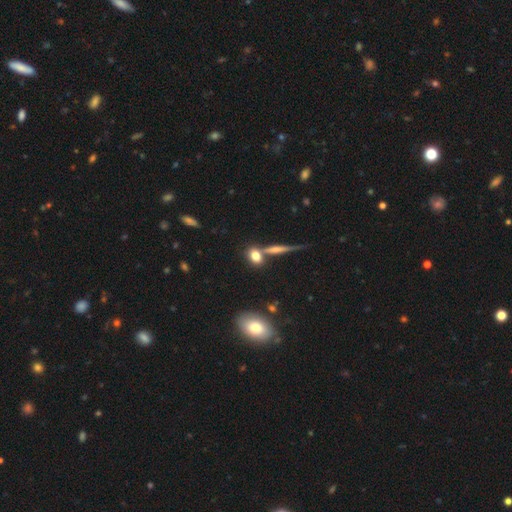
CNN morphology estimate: A smooth galaxy with no disk features (76%) that is in between round and cigar-shaped (49%).

Vote fractions:
- Smooth or featured? smooth: 76% / featured or disk: 13% / star or artifact: 11%
- How rounded? in between: 49% / round: 42% / cigar-shaped: 9%
- Merging? none: 60% / merger: 24% / minor disturbance: 11% / major disturbance: 4%